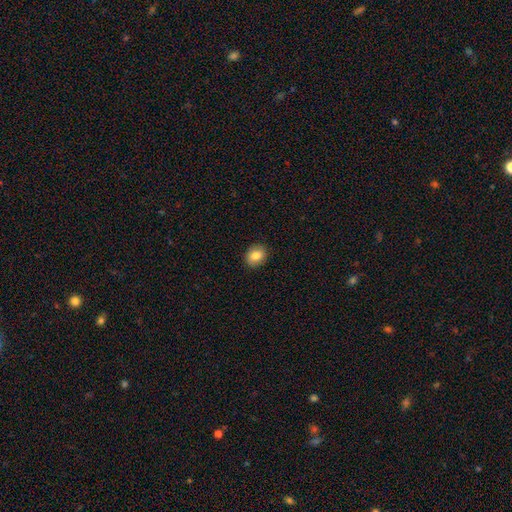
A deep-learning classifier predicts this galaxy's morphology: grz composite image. It shows a smooth galaxy with no disk features (83%) that is round (50%). Merging: none (90%).